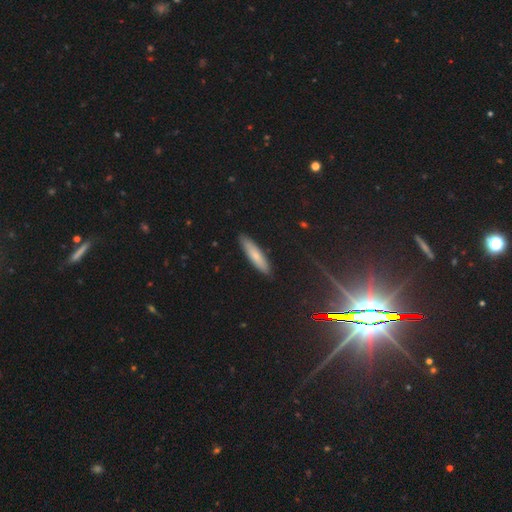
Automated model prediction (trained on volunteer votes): This appears to be a smooth galaxy with no disk features (71%) that is cigar-shaped (80%). Merging: none (89%).